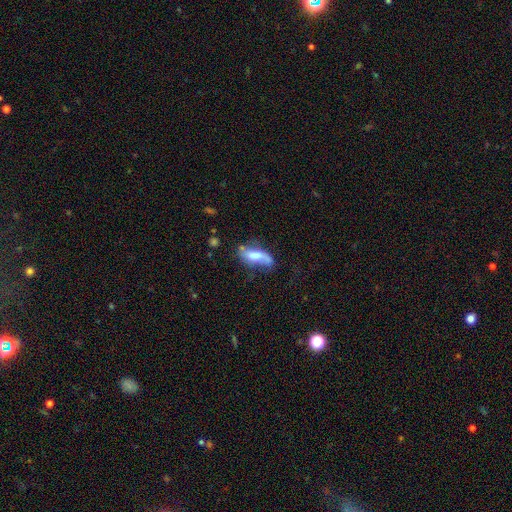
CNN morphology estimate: smooth_or_featured: smooth (p=0.55) [alt: featured or disk p=0.37]
how_rounded: in between (p=0.75) [alt: cigar-shaped p=0.22]
merging: none (p=0.42) [alt: minor disturbance p=0.31]